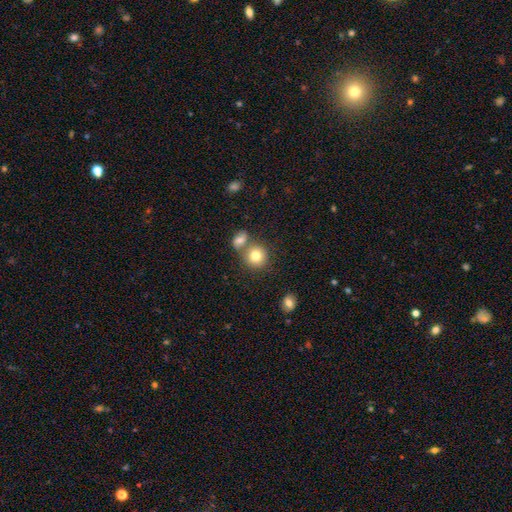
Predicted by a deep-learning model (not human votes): smooth_or_featured: smooth (p=0.80) [alt: star or artifact p=0.10]
how_rounded: round (p=0.86) [alt: in between p=0.13]
merging: none (p=0.58) [alt: merger p=0.30]